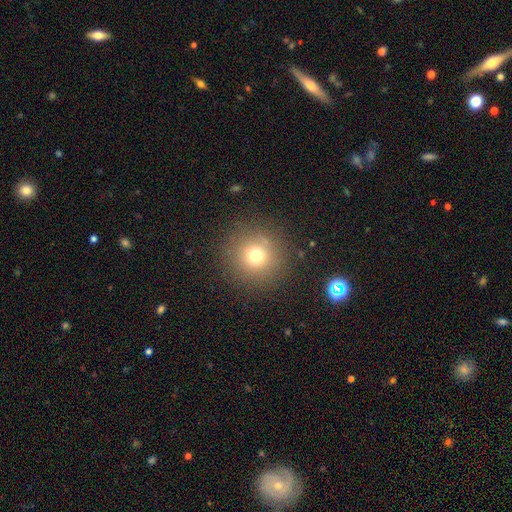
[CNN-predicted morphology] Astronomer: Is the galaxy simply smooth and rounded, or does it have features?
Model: smooth — 70%.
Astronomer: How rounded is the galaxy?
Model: round — 95%.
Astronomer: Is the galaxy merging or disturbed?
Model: none — 87%.